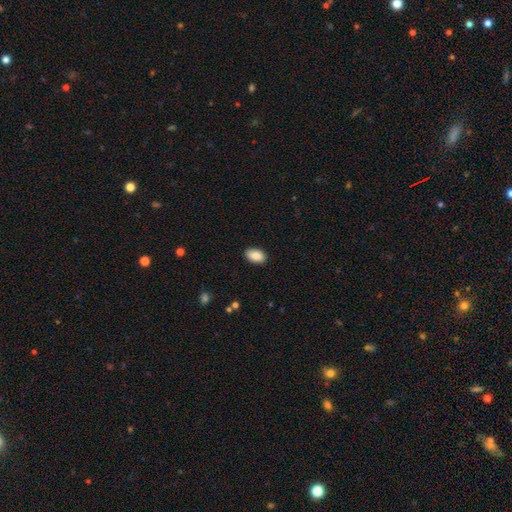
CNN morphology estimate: A smooth galaxy with no disk features (88%) that is in between round and cigar-shaped (92%). Merging: none (89%).